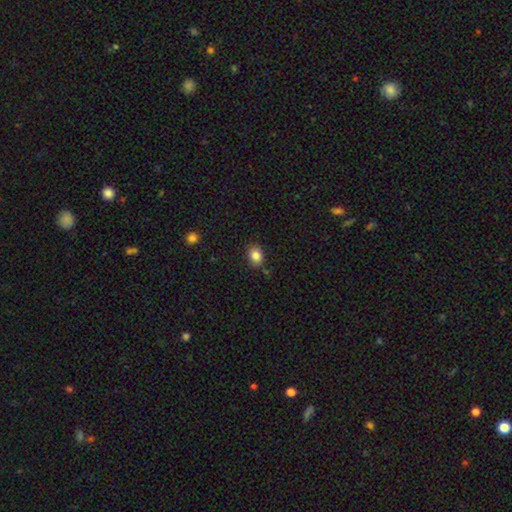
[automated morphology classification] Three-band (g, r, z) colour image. It shows a smooth galaxy with no disk features (84%) that is in between round and cigar-shaped (59%). Merging: none (82%).